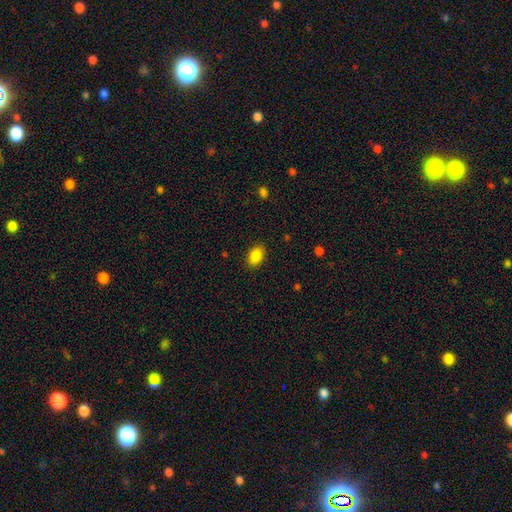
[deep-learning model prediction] The model was most divided on "how rounded": in between: 85%, round: 14%, cigar-shaped: 1%. More confident: merging — none (87%); smooth or featured — smooth (87%).